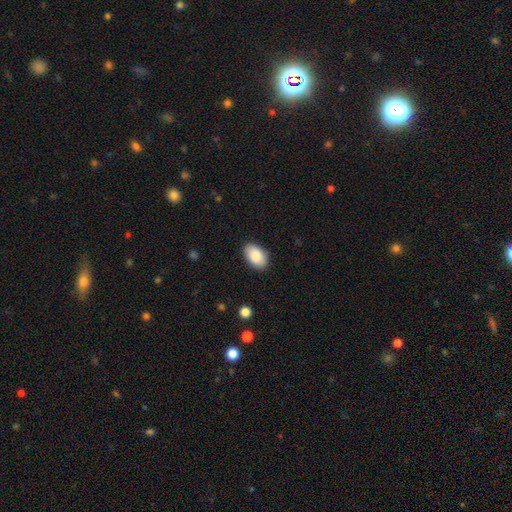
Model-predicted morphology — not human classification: type=smooth (88%); roundness=in between (93%); merging=none (88%).